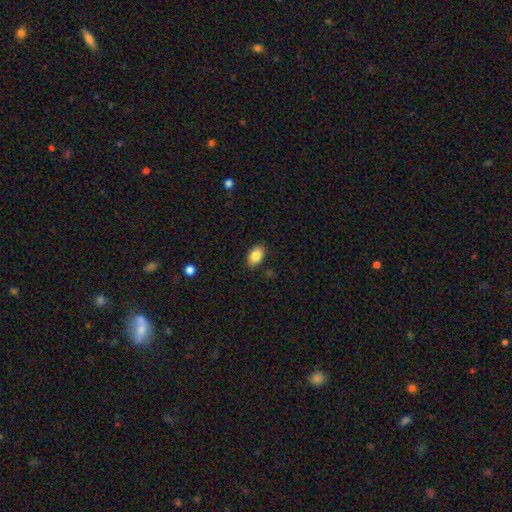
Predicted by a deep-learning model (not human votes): A smooth galaxy with no disk features (84%) that is in between round and cigar-shaped (90%). Merging: none (87%).